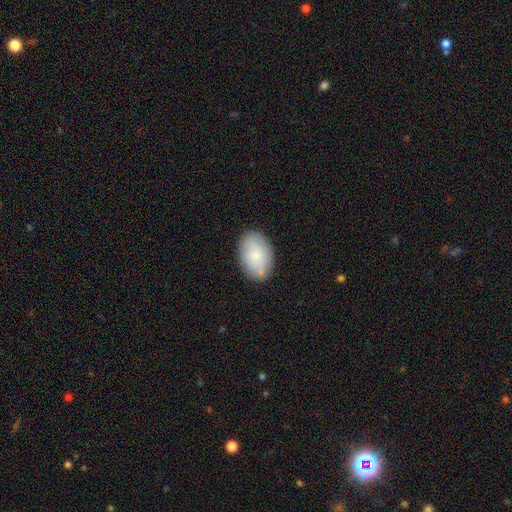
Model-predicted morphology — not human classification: smooth-or-featured: smooth: 80% | featured or disk: 14% | star or artifact: 6%
  how-rounded: in between: 90% | round: 9% | cigar-shaped: 1%
  merging: none: 83% | minor disturbance: 13% | major disturbance: 3% | merger: 2%